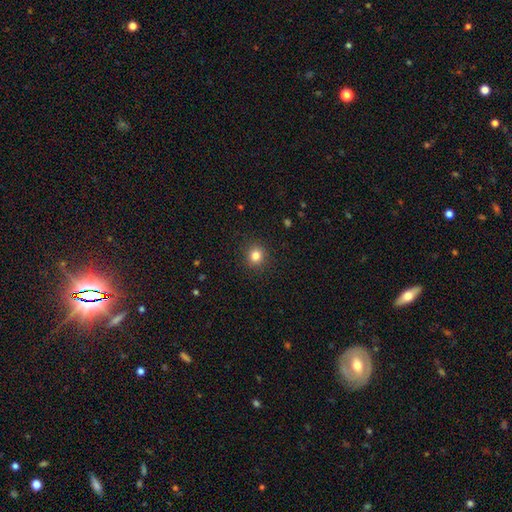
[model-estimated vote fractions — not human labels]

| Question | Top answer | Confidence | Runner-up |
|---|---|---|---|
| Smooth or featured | smooth | 82% | star or artifact (12%) |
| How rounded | round | 89% | in between (10%) |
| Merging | none | 91% | minor disturbance (6%) |